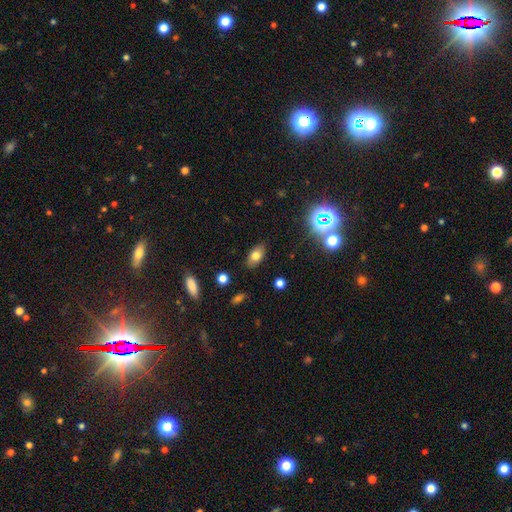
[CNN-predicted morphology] The model was most divided on "smooth or featured": smooth: 73%, featured or disk: 15%, star or artifact: 12%. More confident: how rounded — in between (89%); merging — none (85%).